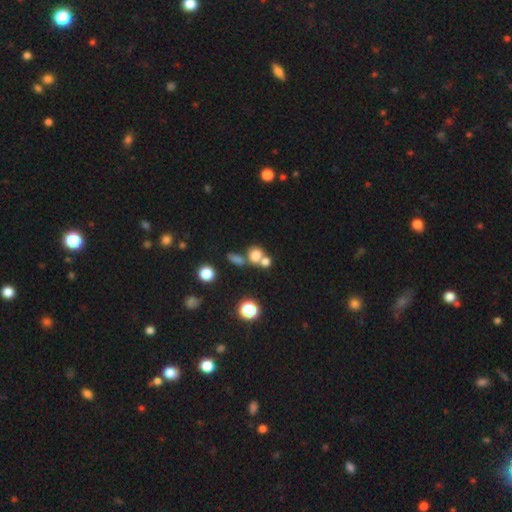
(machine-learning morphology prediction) A smooth galaxy with no disk features (72%) that is round (63%).

Vote fractions:
- Smooth or featured? smooth: 72% / star or artifact: 16% / featured or disk: 12%
- How rounded? round: 63% / in between: 35% / cigar-shaped: 2%
- Merging? merger: 50% / none: 36% / minor disturbance: 9% / major disturbance: 6%